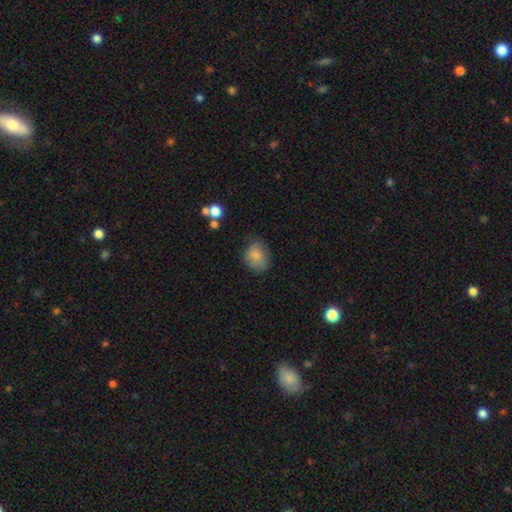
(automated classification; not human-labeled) Smooth or featured? smooth (83%)
How rounded? round (55%)
Merging? none (68%)